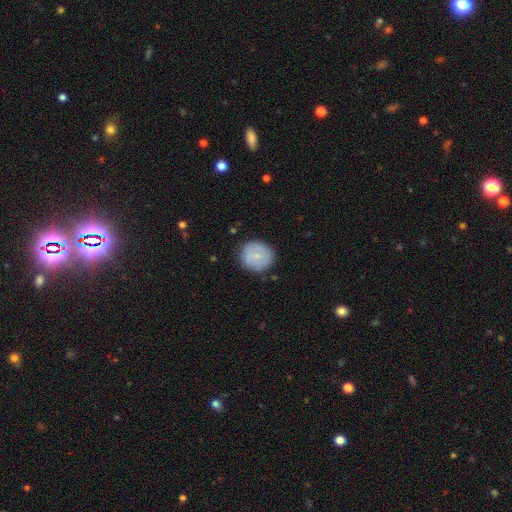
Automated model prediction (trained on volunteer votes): Overall: smooth (69%). How rounded: round (89%). Merging: none (80%).